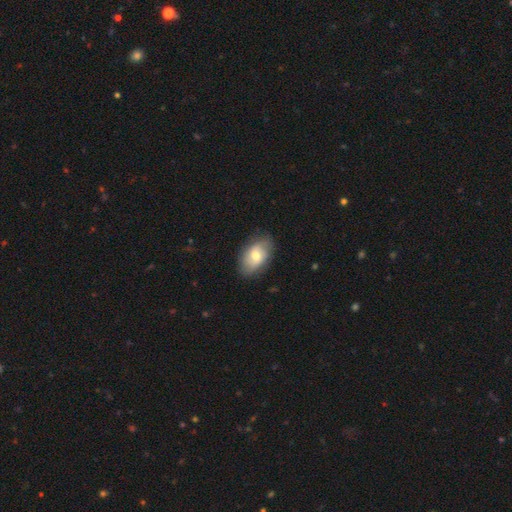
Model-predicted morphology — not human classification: smooth_or_featured: smooth (p=0.63) [alt: featured or disk p=0.30]
how_rounded: in between (p=0.91) [alt: round p=0.07]
merging: none (p=0.81) [alt: minor disturbance p=0.14]